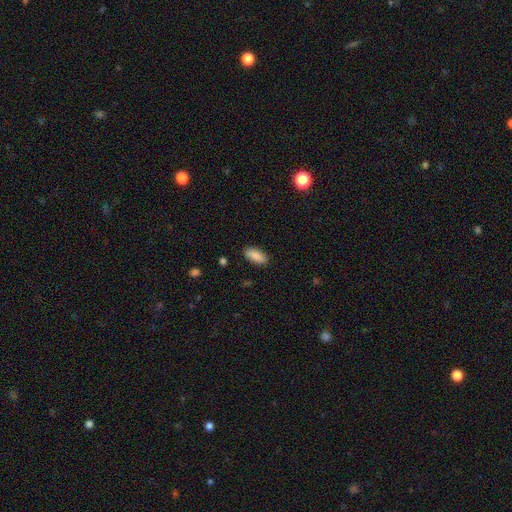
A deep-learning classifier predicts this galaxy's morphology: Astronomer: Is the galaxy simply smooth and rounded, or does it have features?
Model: smooth — 88%.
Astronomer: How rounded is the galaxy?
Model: in between — 87%.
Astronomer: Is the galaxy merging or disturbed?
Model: none — 87%.